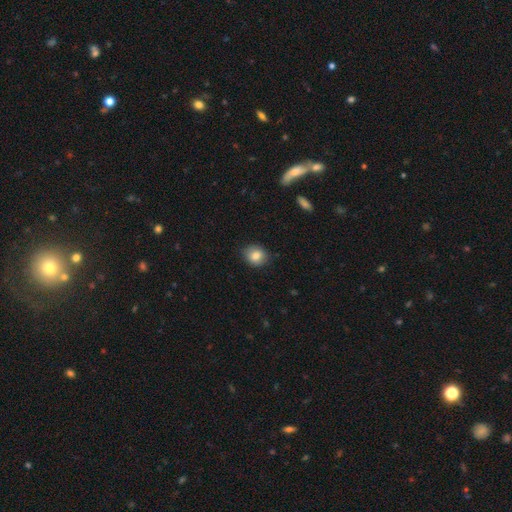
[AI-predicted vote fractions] Smooth or featured? Predicted: smooth (p=0.83). How rounded? Predicted: round (p=0.64). Merging? Predicted: none (p=0.85).